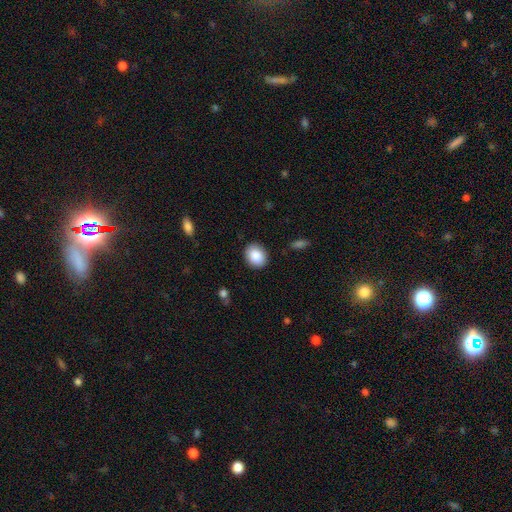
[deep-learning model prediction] The model was most divided on "how rounded": round: 58%, in between: 41%, cigar-shaped: 1%. More confident: merging — none (89%); smooth or featured — smooth (89%).